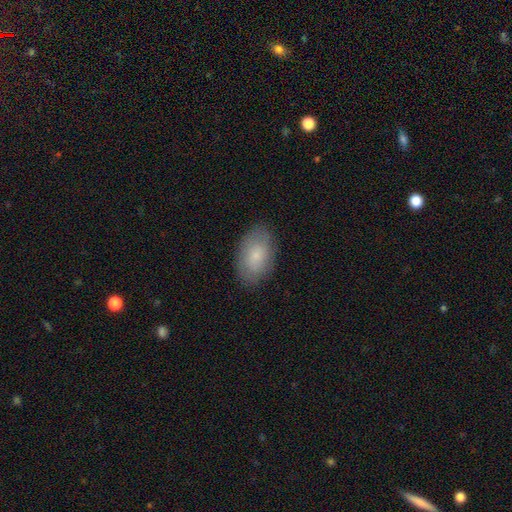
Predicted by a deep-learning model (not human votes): smooth_or_featured: smooth (p=0.75) [alt: featured or disk p=0.18]
how_rounded: in between (p=0.93) [alt: round p=0.06]
merging: none (p=0.84) [alt: minor disturbance p=0.12]